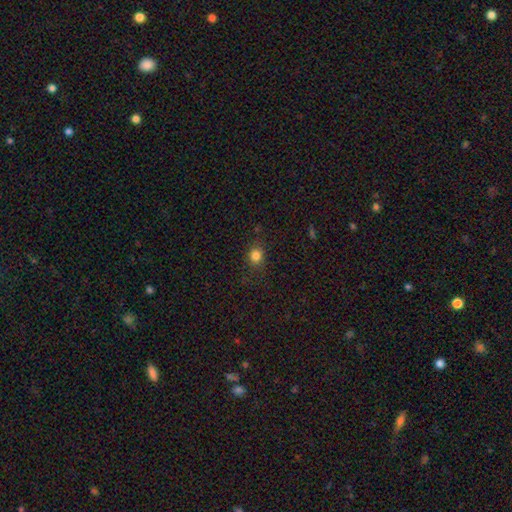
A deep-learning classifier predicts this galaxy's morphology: A smooth galaxy with no disk features (82%) that is round (73%).

Vote fractions:
- Smooth or featured? smooth: 82% / star or artifact: 13% / featured or disk: 5%
- How rounded? round: 73% / in between: 26% / cigar-shaped: 1%
- Merging? none: 82% / minor disturbance: 12% / major disturbance: 4% / merger: 1%